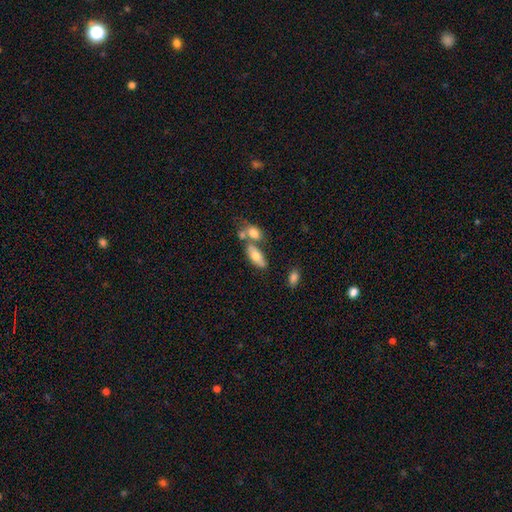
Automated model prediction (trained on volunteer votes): Morphology: type=smooth (70%); roundness=in between (80%); merging=none (46%).